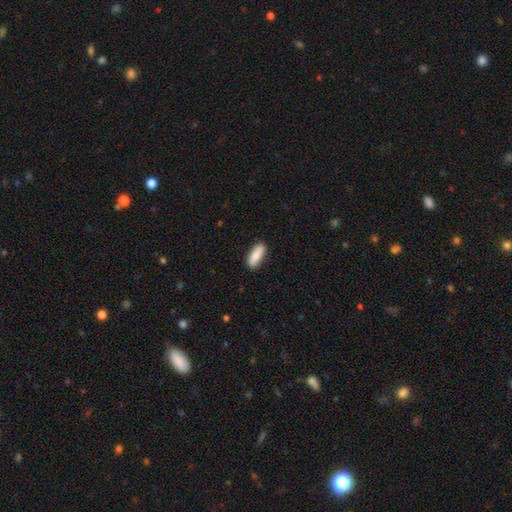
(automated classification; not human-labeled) Smooth or featured?
  - smooth: 81% *
  - featured or disk: 13%
  - star or artifact: 6%
How rounded?
  - in between: 66% *
  - cigar-shaped: 32%
  - round: 2%
Merging?
  - none: 85% *
  - minor disturbance: 12%
  - major disturbance: 2%
  - merger: 1%